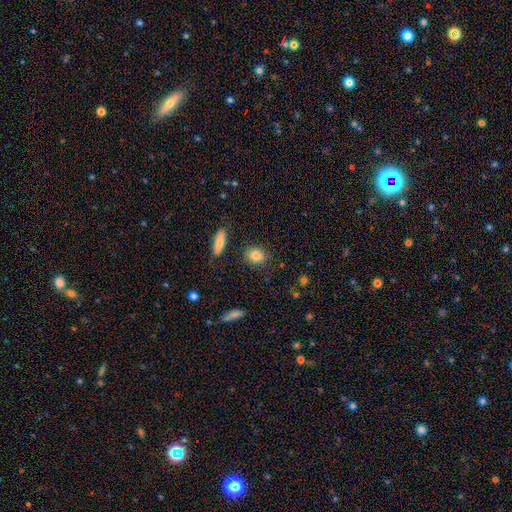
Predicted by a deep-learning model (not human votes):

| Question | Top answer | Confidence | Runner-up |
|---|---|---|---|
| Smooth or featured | smooth | 84% | star or artifact (9%) |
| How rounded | round | 51% | in between (46%) |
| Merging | none | 86% | minor disturbance (9%) |